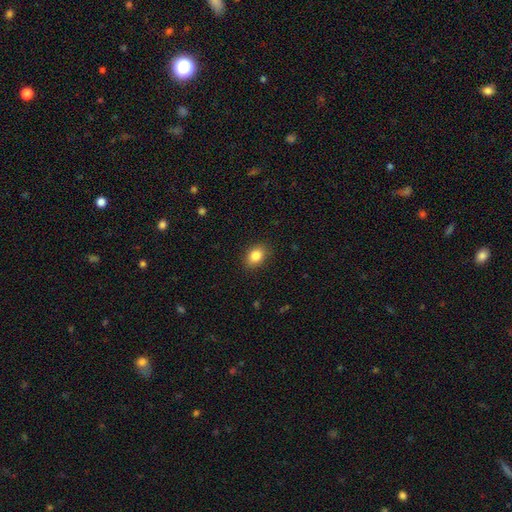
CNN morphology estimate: A smooth galaxy with no disk features (84%) that is in between round and cigar-shaped (76%). Merging: none (87%).